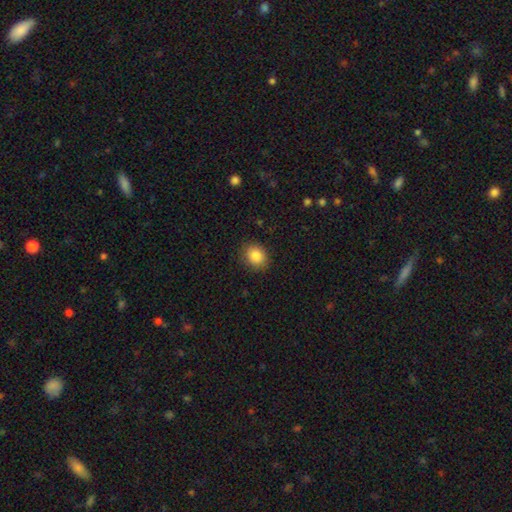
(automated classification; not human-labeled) Smooth or featured: smooth — 85% (star or artifact — 9%)
How rounded: round — 61% (in between — 39%)
Merging: none — 88% (minor disturbance — 8%)